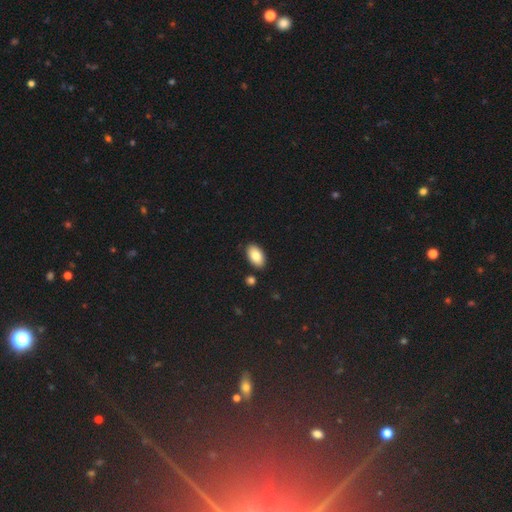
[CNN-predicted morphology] Smooth or featured? Predicted: smooth (p=0.84). How rounded? Predicted: in between (p=0.94). Merging? Predicted: none (p=0.87).